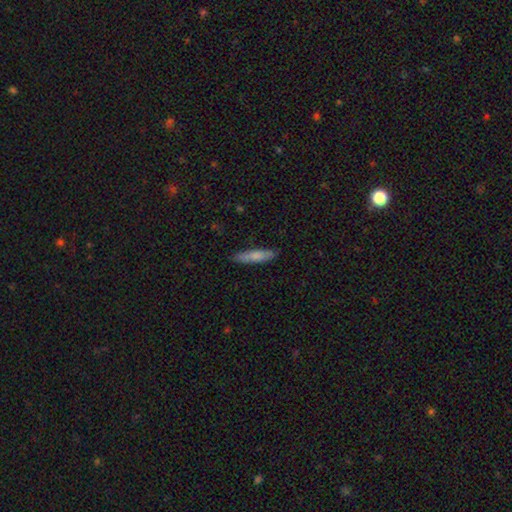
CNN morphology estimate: A smooth galaxy with no disk features (76%) that is cigar-shaped (81%). Merging: none (83%).